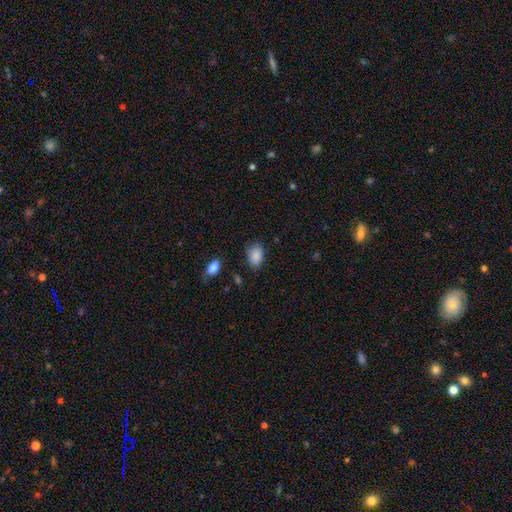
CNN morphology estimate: Smooth or featured? Predicted: smooth (p=0.88). How rounded? Predicted: in between (p=0.82). Merging? Predicted: none (p=0.74).